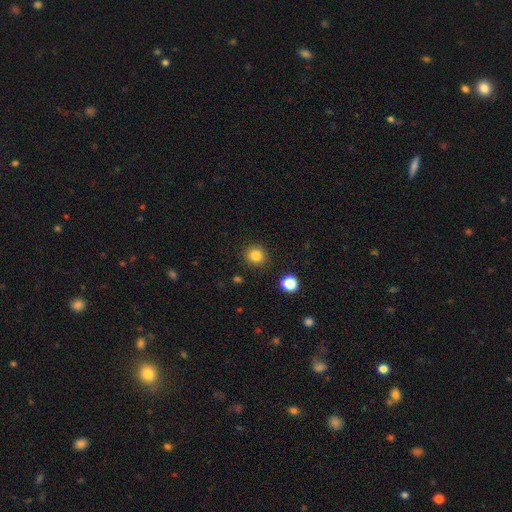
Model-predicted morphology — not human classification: Smooth or featured?
  - smooth: 84% *
  - star or artifact: 11%
  - featured or disk: 5%
How rounded?
  - round: 89% *
  - in between: 10%
  - cigar-shaped: 1%
Merging?
  - none: 90% *
  - minor disturbance: 6%
  - major disturbance: 2%
  - merger: 2%